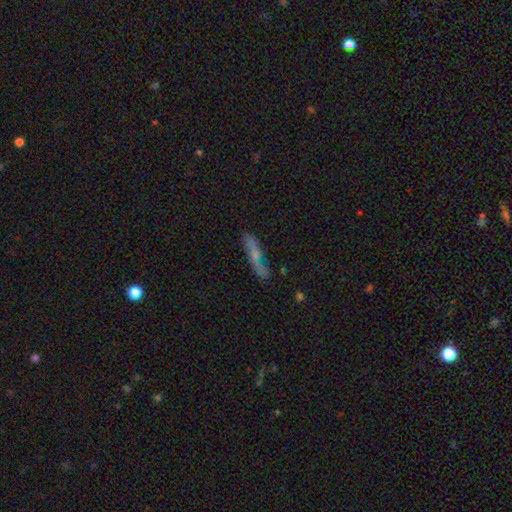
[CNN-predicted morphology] featured or disk 48%, smooth 41%, star or artifact 10%. Down the decision tree: merging — none (71%).